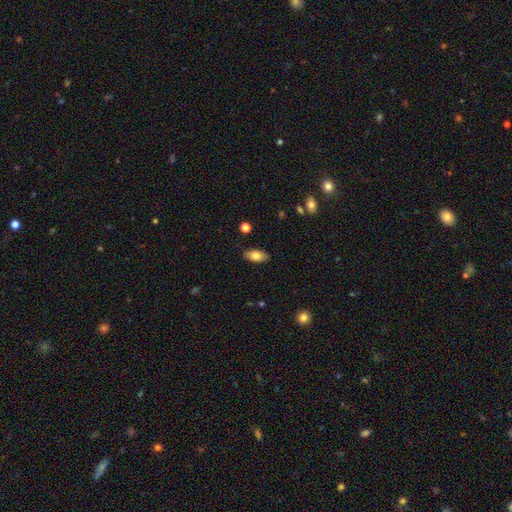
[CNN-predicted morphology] type=smooth (80%); roundness=in between (91%); merging=none (87%).